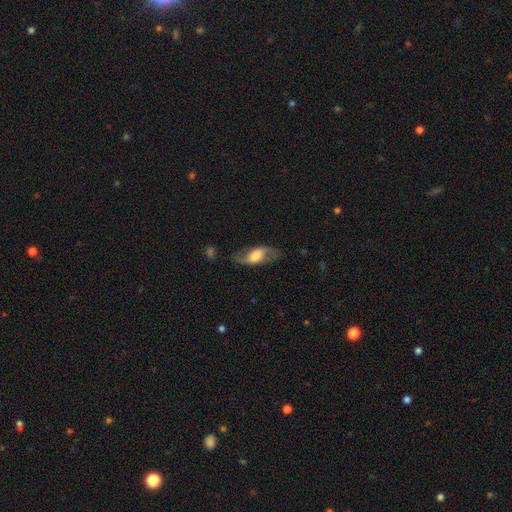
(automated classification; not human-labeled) Morphology: type=featured or disk (64%); edge-on=no (88%); bar=weak (39%); spiral arms=yes (85%); bulge=large (45%); merging=none (73%).